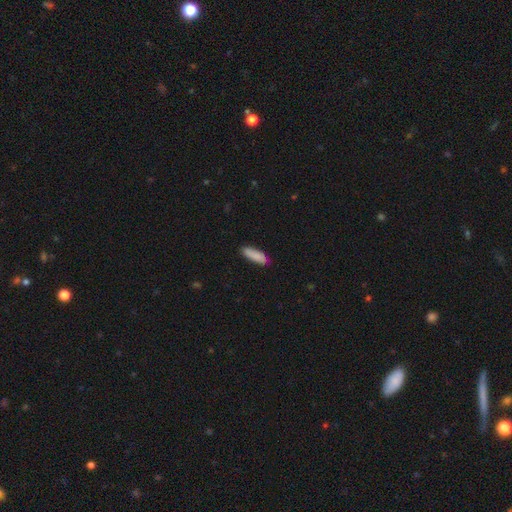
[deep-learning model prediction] This appears to be a smooth galaxy with no disk features (85%) that is cigar-shaped (53%). Merging: none (84%).